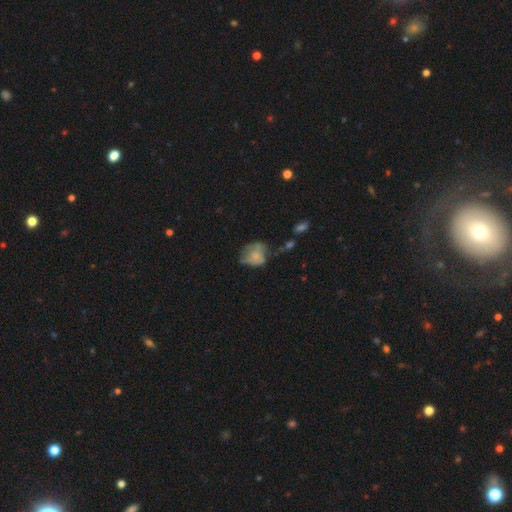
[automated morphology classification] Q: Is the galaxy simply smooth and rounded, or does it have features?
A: smooth — 60%.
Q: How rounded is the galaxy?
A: round — 56%.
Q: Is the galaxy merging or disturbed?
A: none — 35%.